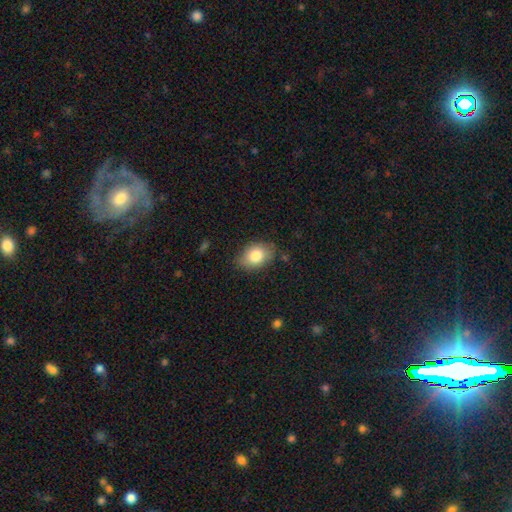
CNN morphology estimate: smooth_or_featured: smooth (p=0.81) [alt: featured or disk p=0.11]
how_rounded: in between (p=0.78) [alt: round p=0.21]
merging: none (p=0.80) [alt: minor disturbance p=0.15]